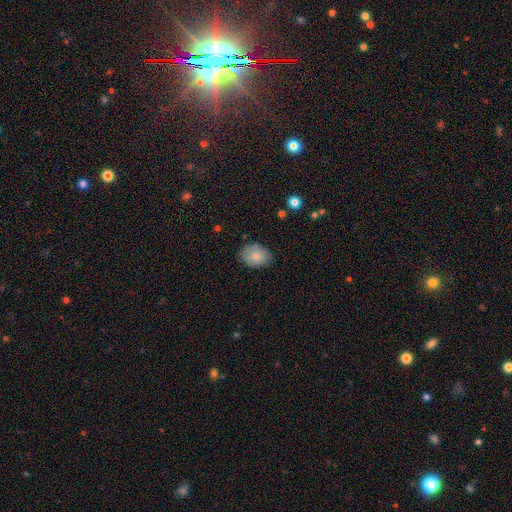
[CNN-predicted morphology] Smooth or featured: smooth — 81% (featured or disk — 12%)
How rounded: in between — 73% (round — 26%)
Merging: none — 78% (minor disturbance — 17%)